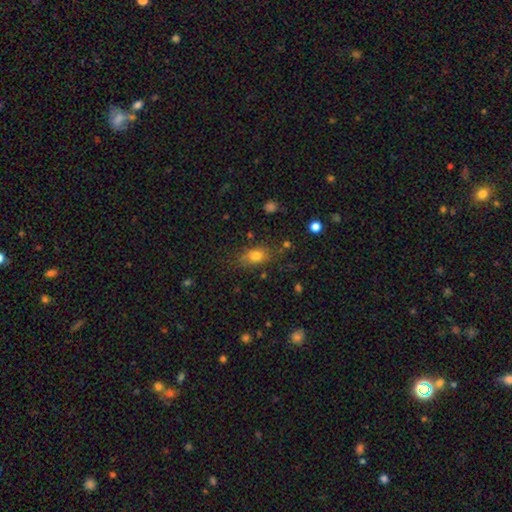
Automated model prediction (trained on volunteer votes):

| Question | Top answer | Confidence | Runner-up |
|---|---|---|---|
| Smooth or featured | smooth | 78% | star or artifact (11%) |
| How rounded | in between | 75% | round (20%) |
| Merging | none | 76% | minor disturbance (16%) |